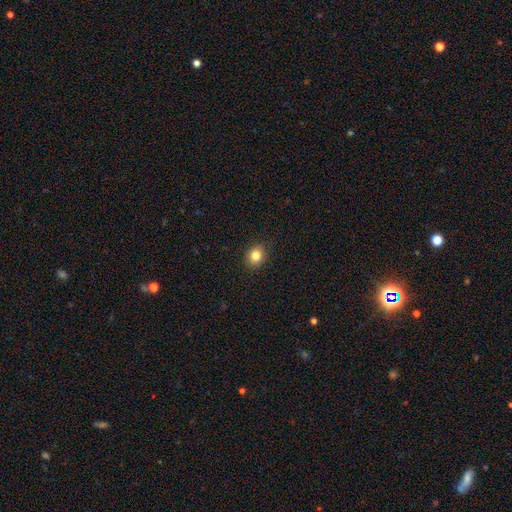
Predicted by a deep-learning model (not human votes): Overall: smooth (82%). How rounded: round (60%; in between 39%). Merging: none (90%).